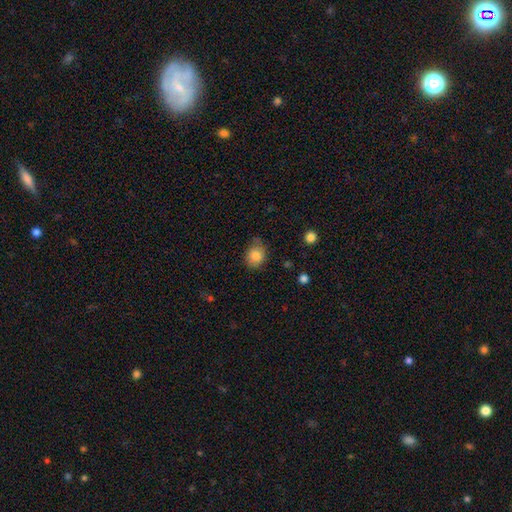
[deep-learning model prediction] Q: Smooth or featured?
A: smooth (84%); runner-up: star or artifact (9%)
Q: How rounded?
A: round (56%); runner-up: in between (43%)
Q: Merging?
A: none (65%); runner-up: minor disturbance (27%)